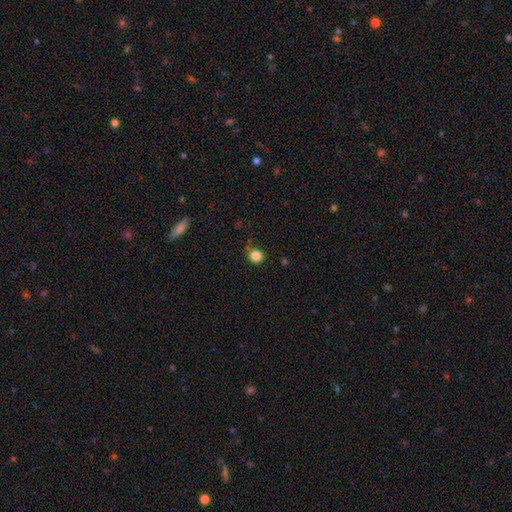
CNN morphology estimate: Q: Smooth or featured?
A: smooth (84%); runner-up: star or artifact (12%)
Q: How rounded?
A: round (84%); runner-up: in between (15%)
Q: Merging?
A: none (76%); runner-up: minor disturbance (16%)